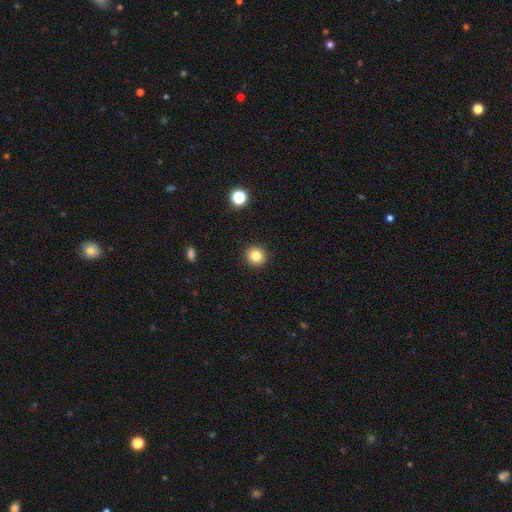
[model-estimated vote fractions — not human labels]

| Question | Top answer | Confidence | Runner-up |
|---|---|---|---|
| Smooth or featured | smooth | 82% | star or artifact (11%) |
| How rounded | round | 94% | in between (5%) |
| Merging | none | 92% | minor disturbance (5%) |